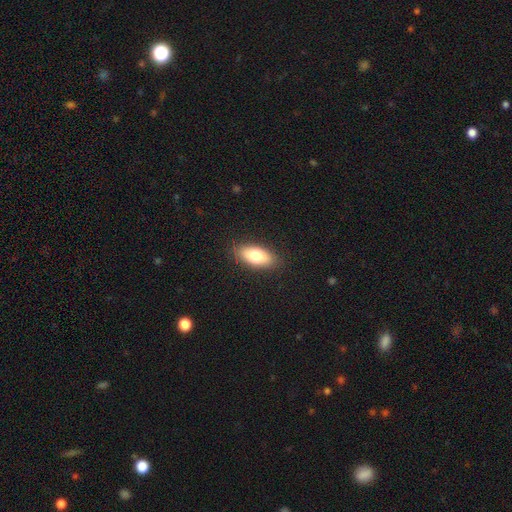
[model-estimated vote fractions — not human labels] This is likely a smooth galaxy (77%). How rounded: clearly in between (86%). Merging: clearly none (87%).